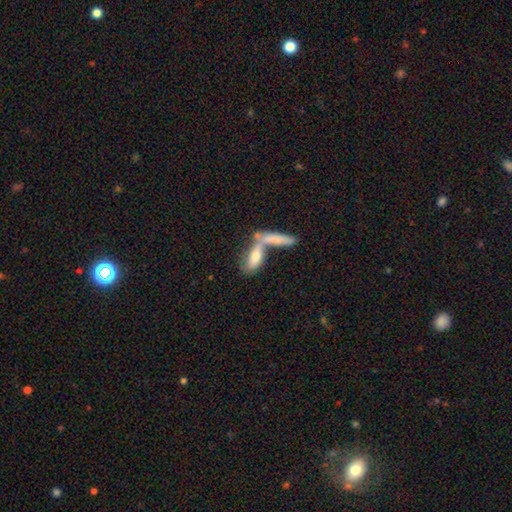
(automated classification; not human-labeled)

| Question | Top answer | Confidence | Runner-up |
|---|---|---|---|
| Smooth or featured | smooth | 57% | featured or disk (32%) |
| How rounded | in between | 50% | cigar-shaped (46%) |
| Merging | merger | 56% | none (30%) |